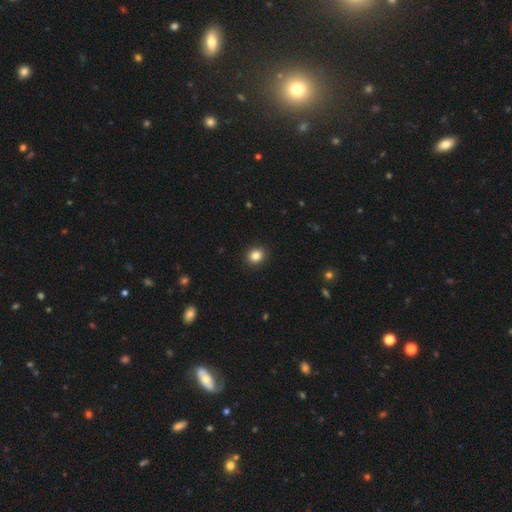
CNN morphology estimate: A smooth galaxy with no disk features (85%) that is round (78%). Merging: none (92%).